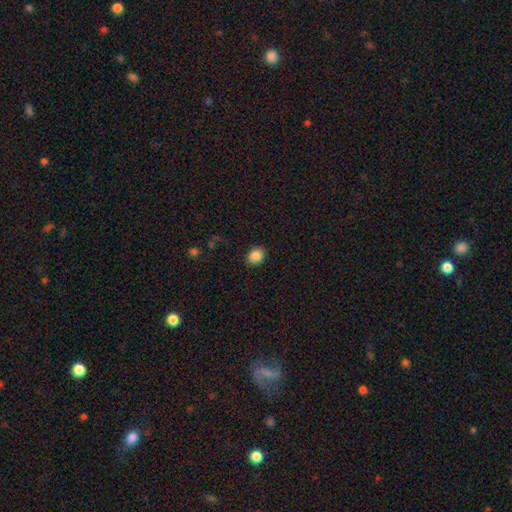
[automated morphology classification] Smooth or featured? Predicted: smooth (p=0.86). How rounded? Predicted: round (p=0.57). Merging? Predicted: none (p=0.89).